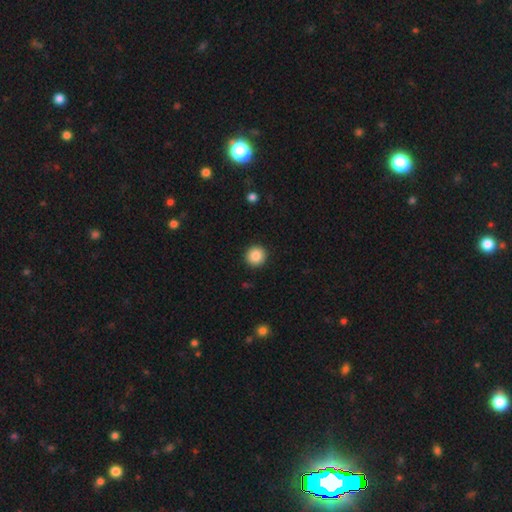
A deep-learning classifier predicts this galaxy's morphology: Smooth or featured? smooth (87%)
How rounded? round (95%)
Merging? none (92%)